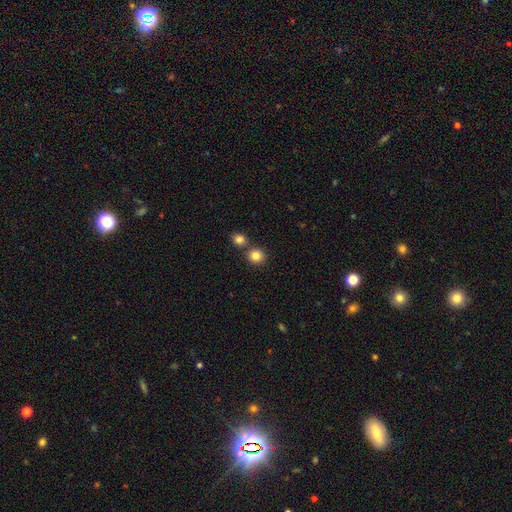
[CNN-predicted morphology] Smooth or featured: smooth — 83% (star or artifact — 11%)
How rounded: round — 86% (in between — 13%)
Merging: none — 70% (merger — 21%)